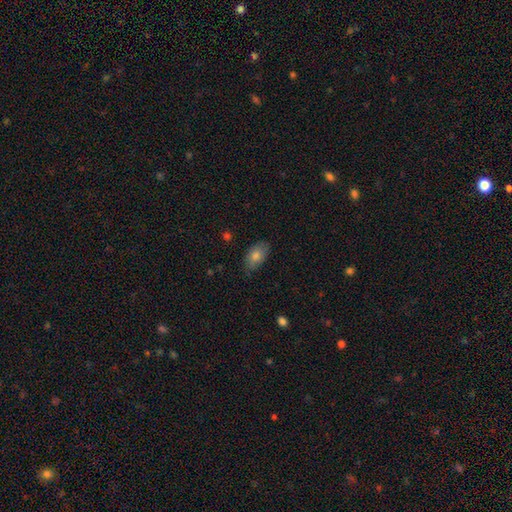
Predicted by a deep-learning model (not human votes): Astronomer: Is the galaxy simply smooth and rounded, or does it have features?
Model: smooth — 76%.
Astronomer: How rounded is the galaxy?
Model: in between — 91%.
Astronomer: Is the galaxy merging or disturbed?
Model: none — 75%.